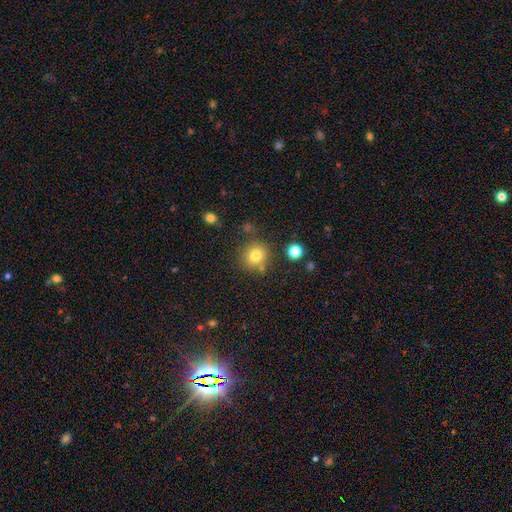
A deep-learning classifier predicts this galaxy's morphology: This is likely a smooth galaxy (79%). How rounded: clearly round (88%). Merging: likely none (78%).